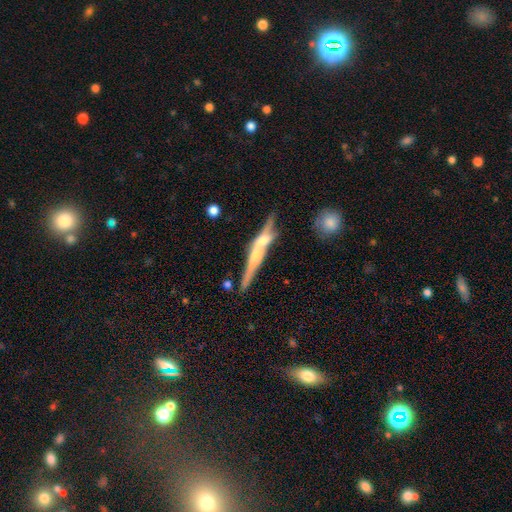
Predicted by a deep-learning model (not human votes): This is likely a featured or disk galaxy (60%). It is clearly viewed edge-on (89%). Edge-on bulge: likely rounded (60%). Merging: marginally none (43%).